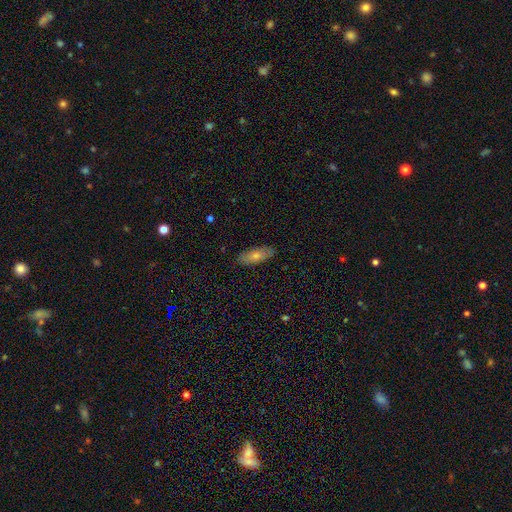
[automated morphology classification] The model was most divided on "how rounded": in between: 58%, cigar-shaped: 39%, round: 3%. More confident: merging — none (87%); smooth or featured — smooth (62%).